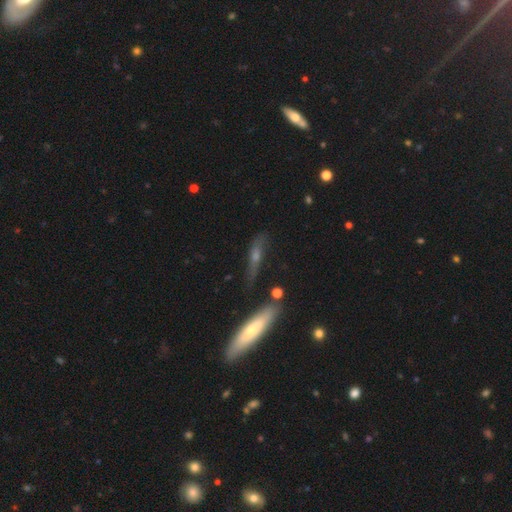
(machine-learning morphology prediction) Smooth or featured? featured or disk (48%)
Merging? none (67%)